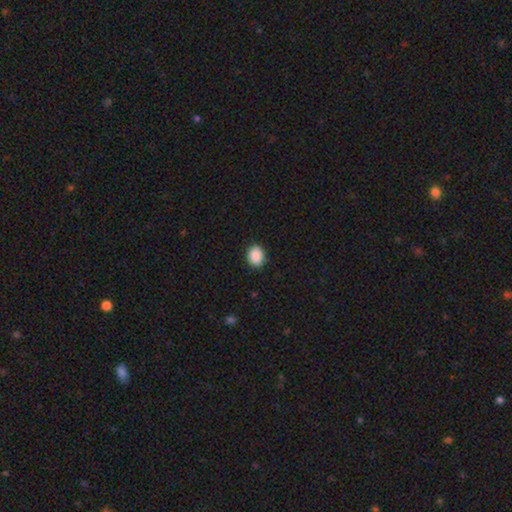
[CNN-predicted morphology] Smooth or featured? Predicted: smooth (p=0.90). How rounded? Predicted: round (p=0.52). Merging? Predicted: none (p=0.90).